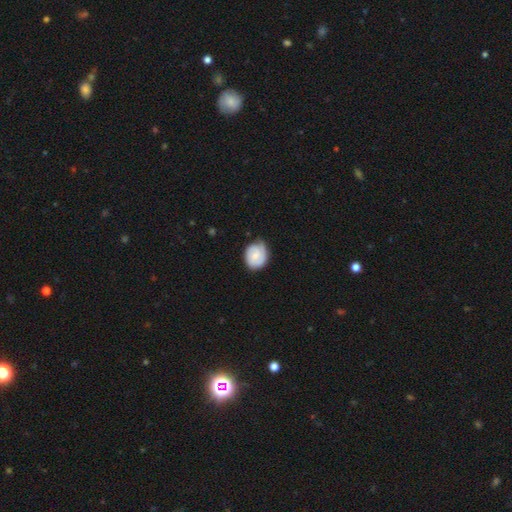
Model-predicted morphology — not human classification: Smooth or featured?
  - smooth: 61% *
  - featured or disk: 33%
  - star or artifact: 6%
How rounded?
  - round: 66% *
  - in between: 33%
  - cigar-shaped: 1%
Merging?
  - none: 61% *
  - minor disturbance: 31%
  - major disturbance: 7%
  - merger: 1%